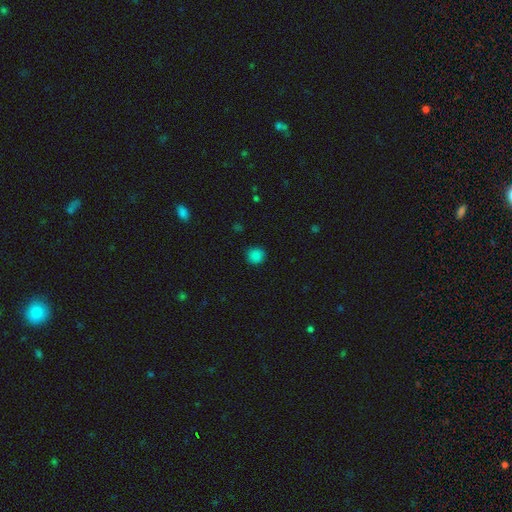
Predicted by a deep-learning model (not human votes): smooth 85%, star or artifact 12%, featured or disk 3%. Down the decision tree: how rounded — round (89%); merging — none (88%).